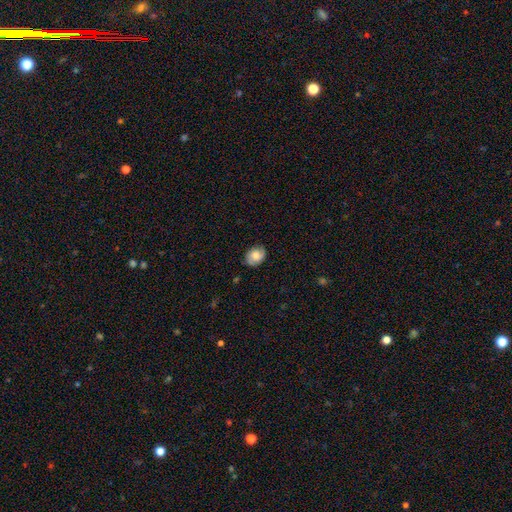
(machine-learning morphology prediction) The model was most divided on "how rounded": in between: 51%, round: 48%, cigar-shaped: 1%. More confident: merging — none (81%); smooth or featured — smooth (67%).